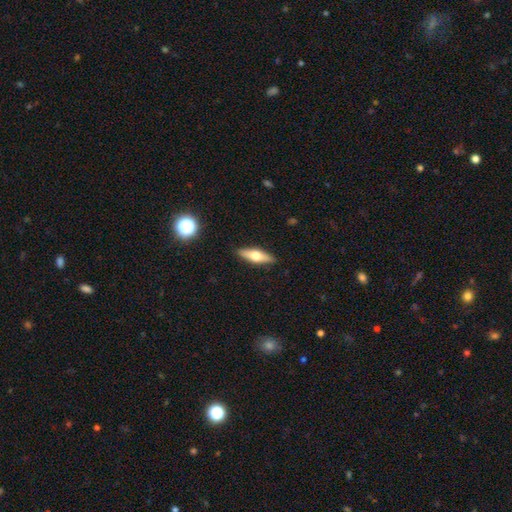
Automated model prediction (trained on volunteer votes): The model was most divided on "how rounded": cigar-shaped: 53%, in between: 44%, round: 3%. More confident: merging — none (89%); smooth or featured — smooth (53%).